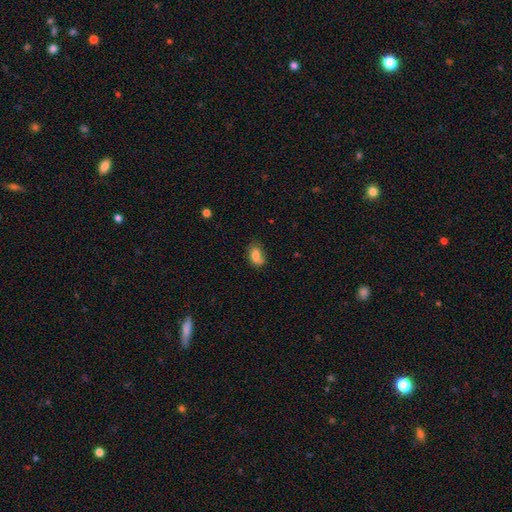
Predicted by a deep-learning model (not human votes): Smooth or featured? Predicted: smooth (p=0.78). How rounded? Predicted: in between (p=0.86). Merging? Predicted: none (p=0.54).